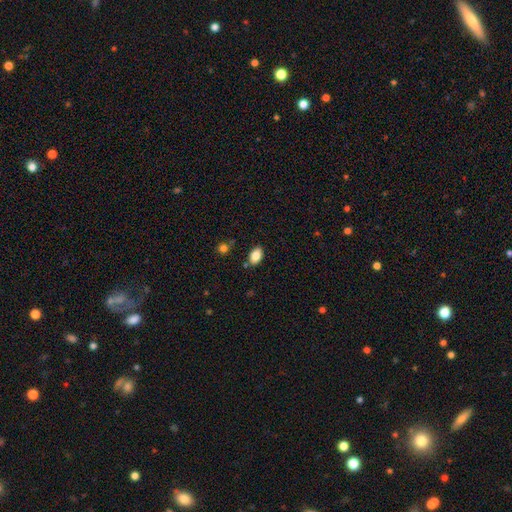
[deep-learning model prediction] This is clearly a smooth galaxy (84%). How rounded: clearly in between (90%). Merging: clearly none (83%).